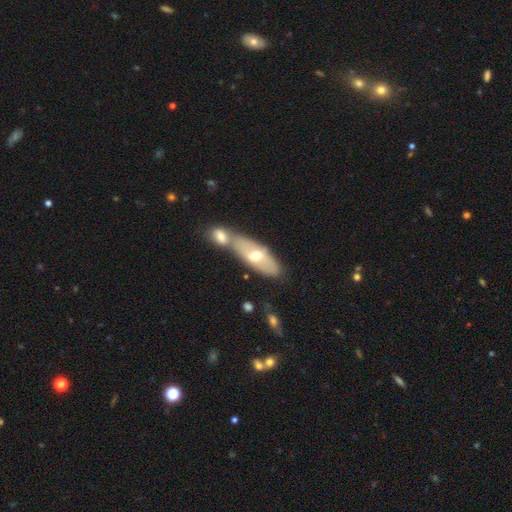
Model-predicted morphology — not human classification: A smooth galaxy with no disk features (53%) that is in between round and cigar-shaped (70%).

Vote fractions:
- Smooth or featured? smooth: 53% / featured or disk: 41% / star or artifact: 5%
- How rounded? in between: 70% / cigar-shaped: 27% / round: 3%
- Merging? merger: 49% / none: 37% / minor disturbance: 10% / major disturbance: 4%